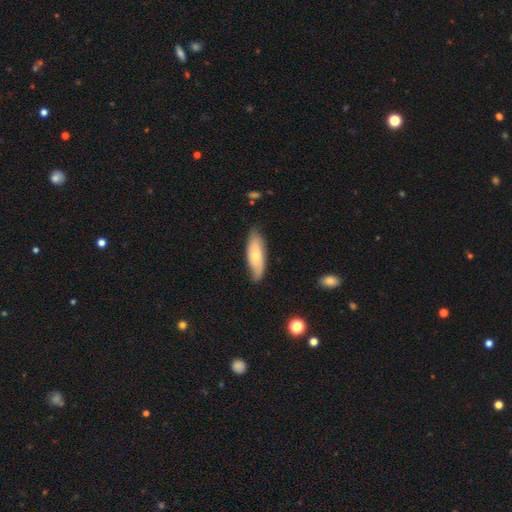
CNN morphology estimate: smooth-or-featured: smooth: 60% | featured or disk: 35% | star or artifact: 6%
  how-rounded: in between: 63% | cigar-shaped: 35% | round: 2%
  merging: none: 72% | minor disturbance: 22% | major disturbance: 4% | merger: 2%